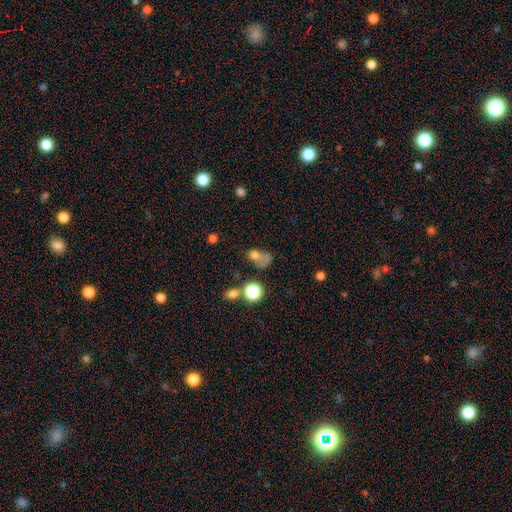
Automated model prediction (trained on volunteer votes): smooth 65%, star or artifact 18%, featured or disk 17%. Down the decision tree: how rounded — in between (55%); merging — merger (30%).